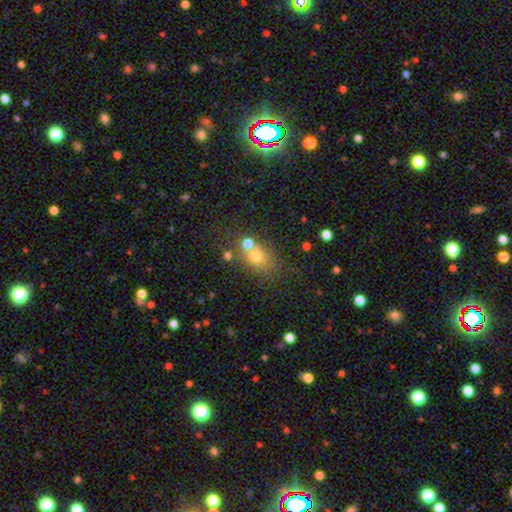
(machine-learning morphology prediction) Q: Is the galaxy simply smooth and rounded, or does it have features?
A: smooth — 67%.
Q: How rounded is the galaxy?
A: round — 49%, tied with in between.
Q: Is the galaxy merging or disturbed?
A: none — 55%.